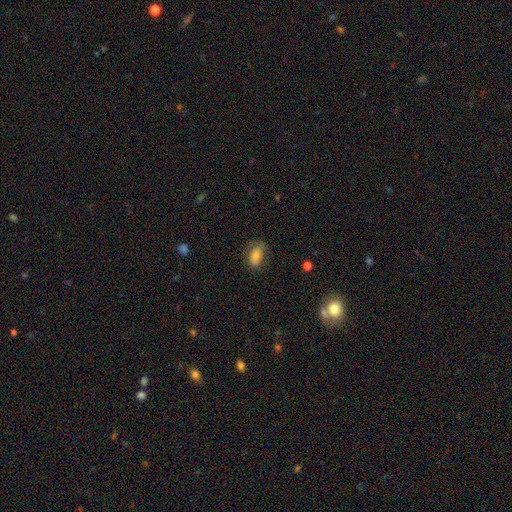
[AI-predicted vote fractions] smooth_or_featured: smooth (p=0.79) [alt: featured or disk p=0.12]
how_rounded: in between (p=0.89) [alt: round p=0.08]
merging: none (p=0.64) [alt: minor disturbance p=0.25]